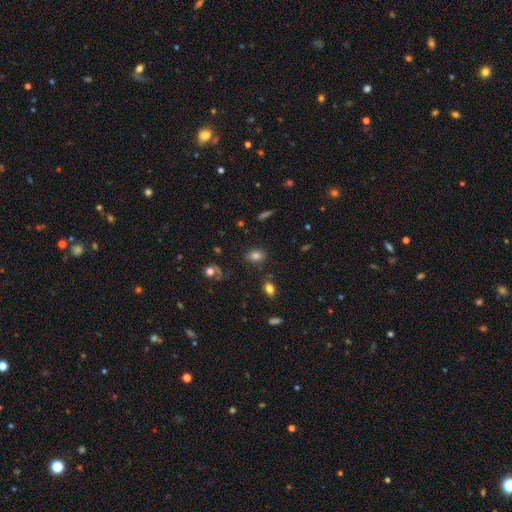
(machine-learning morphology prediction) type=smooth (81%); roundness=in between (75%); merging=none (82%).